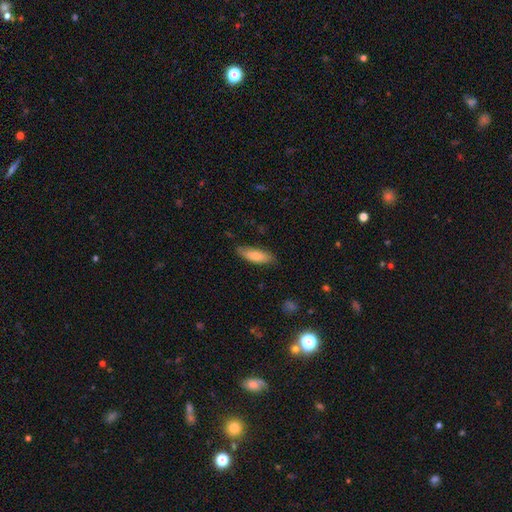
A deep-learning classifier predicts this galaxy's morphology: The model was most divided on "how rounded": in between: 55%, cigar-shaped: 43%, round: 2%. More confident: merging — none (80%); smooth or featured — smooth (75%).